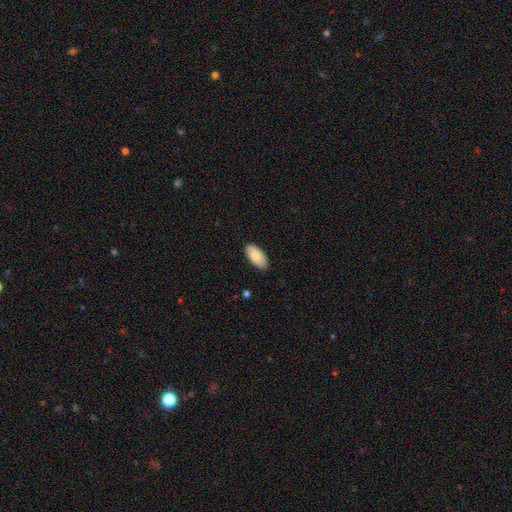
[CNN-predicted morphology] This is clearly a smooth galaxy (84%). How rounded: clearly in between (95%). Merging: clearly none (87%).